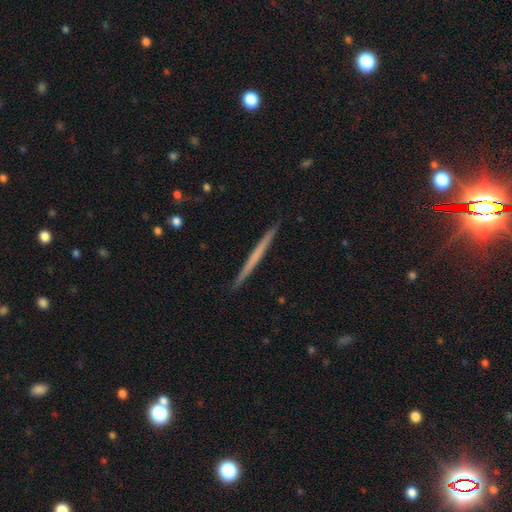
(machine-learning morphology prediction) A featured or disk galaxy (52%) viewed edge-on (98%) with no central bulge (91%). Merging: none (92%).